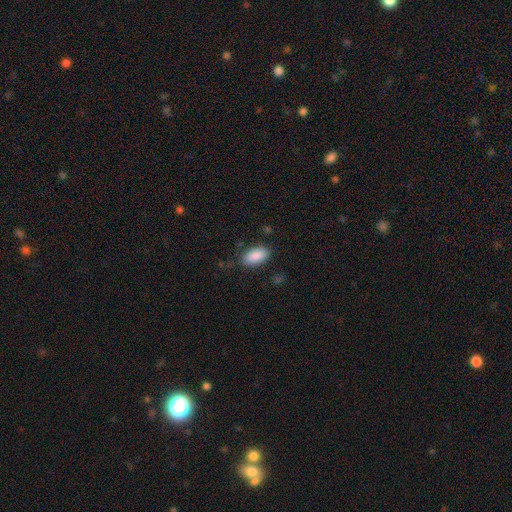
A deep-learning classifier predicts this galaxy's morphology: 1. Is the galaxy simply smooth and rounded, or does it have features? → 89% smooth, 7% star or artifact, 4% featured or disk.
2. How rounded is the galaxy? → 94% in between, 3% cigar-shaped, 3% round.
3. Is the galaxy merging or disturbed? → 82% none, 13% minor disturbance, 4% major disturbance, 1% merger.